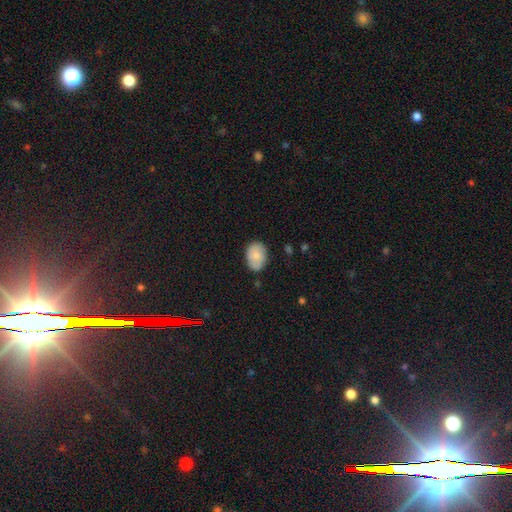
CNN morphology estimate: A smooth galaxy with no disk features (81%) that is in between round and cigar-shaped (78%). Merging: none (75%).